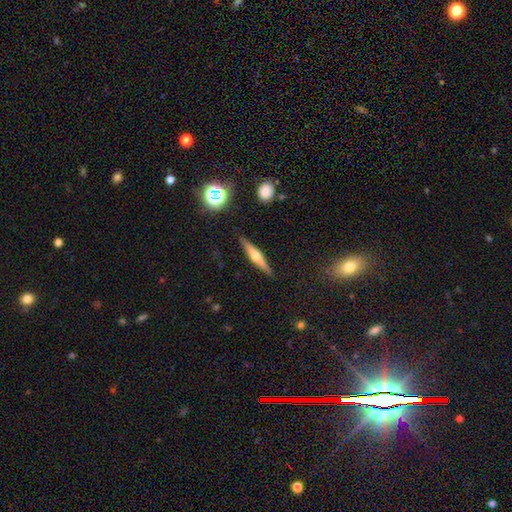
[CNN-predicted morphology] smooth_or_featured: featured or disk (p=0.62) [alt: smooth p=0.30]
disk_edge_on: yes (p=0.97) [alt: no p=0.03]
edge_on_bulge: rounded (p=0.87) [alt: none p=0.07]
merging: none (p=0.89) [alt: minor disturbance p=0.08]